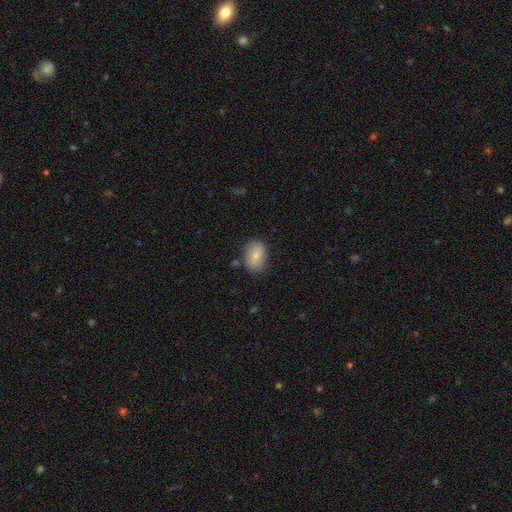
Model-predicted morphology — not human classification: The model was most divided on "smooth or featured": smooth: 77%, featured or disk: 15%, star or artifact: 8%. More confident: merging — none (82%); how rounded — in between (82%).